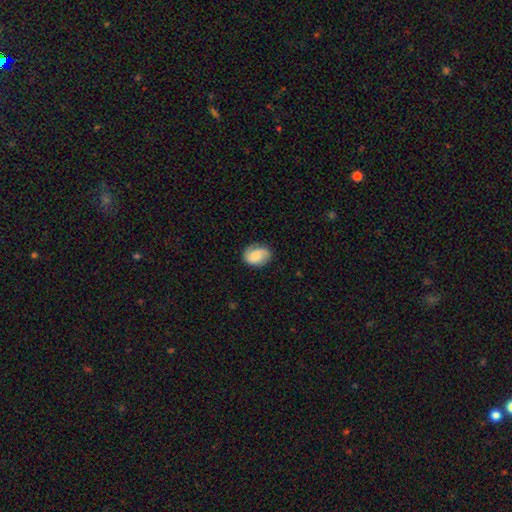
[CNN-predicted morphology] Smooth or featured: smooth — 63% (featured or disk — 29%)
How rounded: in between — 63% (round — 36%)
Merging: none — 77% (minor disturbance — 17%)